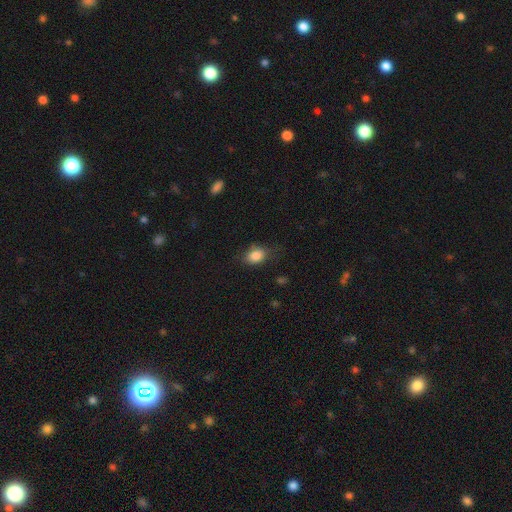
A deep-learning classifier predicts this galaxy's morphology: This is clearly a smooth galaxy (84%). How rounded: likely in between (70%). Merging: likely none (68%).